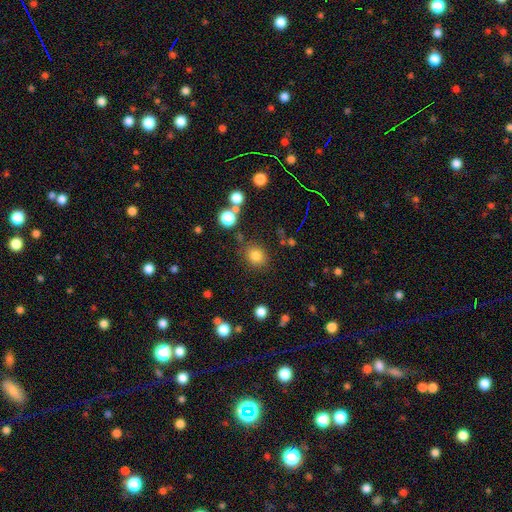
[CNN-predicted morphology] smooth 79%, star or artifact 14%, featured or disk 7%. Down the decision tree: how rounded — round (75%); merging — none (80%).